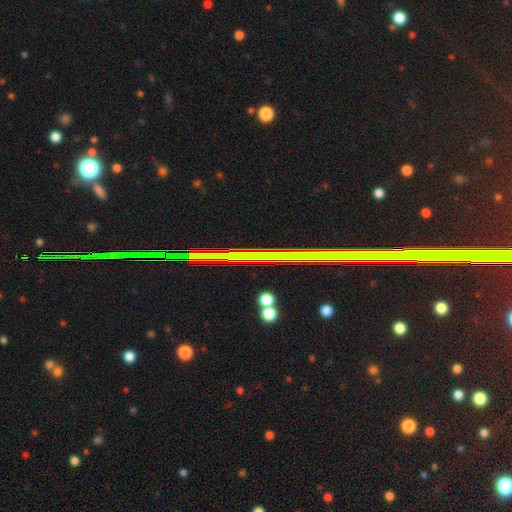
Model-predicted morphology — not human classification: The model was most divided on "smooth or featured": star or artifact: 66%, featured or disk: 22%, smooth: 11%.